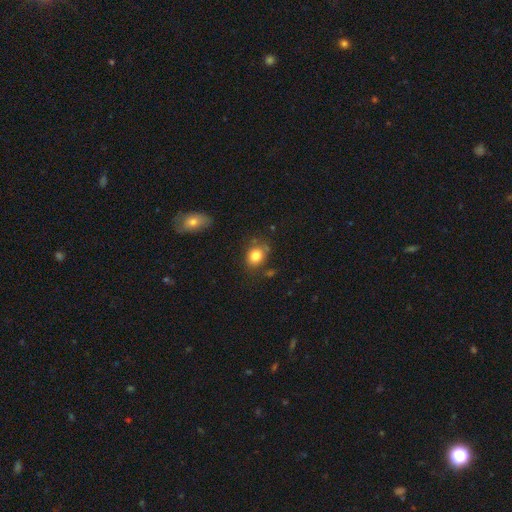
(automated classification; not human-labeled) smooth_or_featured: smooth (p=0.81) [alt: star or artifact p=0.09]
how_rounded: in between (p=0.51) [alt: round p=0.48]
merging: none (p=0.68) [alt: minor disturbance p=0.21]